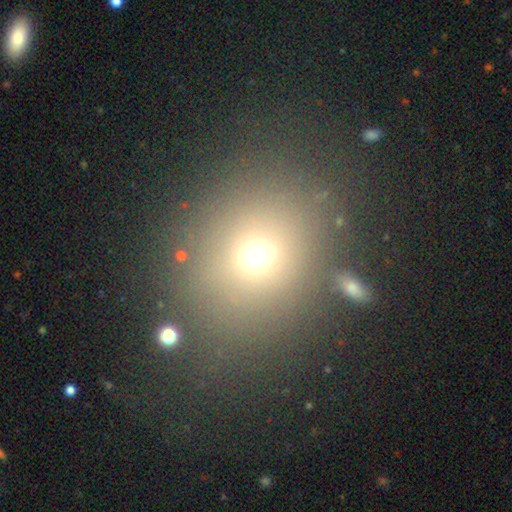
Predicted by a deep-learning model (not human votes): smooth_or_featured: smooth (p=0.64) [alt: star or artifact p=0.22]
how_rounded: round (p=0.65) [alt: in between p=0.33]
merging: none (p=0.70) [alt: minor disturbance p=0.12]